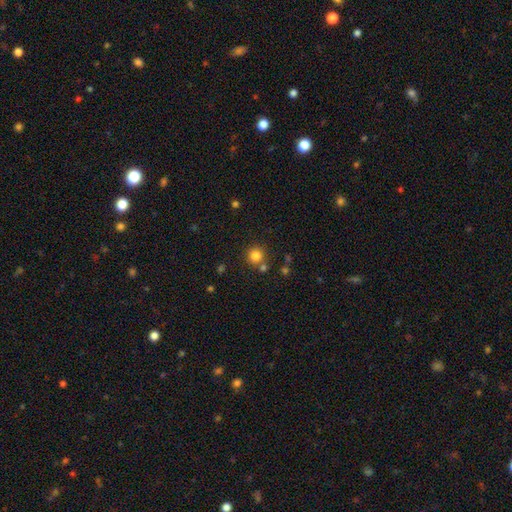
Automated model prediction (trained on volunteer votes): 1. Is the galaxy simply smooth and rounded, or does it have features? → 82% smooth, 13% star or artifact, 5% featured or disk.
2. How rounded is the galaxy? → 93% round, 6% in between, 1% cigar-shaped.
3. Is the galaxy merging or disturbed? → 77% none, 12% merger, 8% minor disturbance, 3% major disturbance.